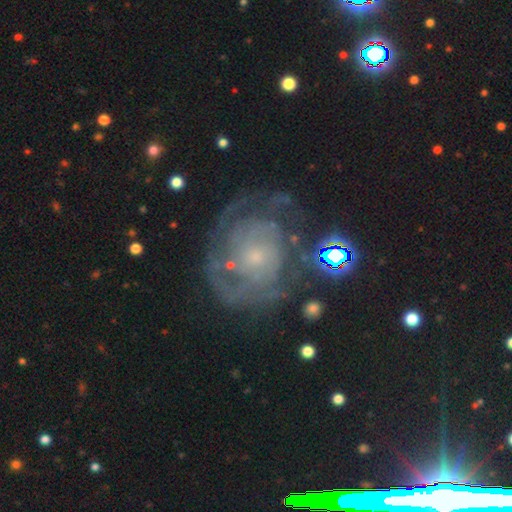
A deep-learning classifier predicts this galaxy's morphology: Q: Smooth or featured?
A: featured or disk (80%); runner-up: smooth (11%)
Q: Edge-on disk?
A: no (98%); runner-up: yes (2%)
Q: Bar?
A: no (76%); runner-up: weak (20%)
Q: Spiral arms?
A: yes (89%); runner-up: no (11%)
Q: Spiral winding?
A: tight (61%); runner-up: medium (29%)
Q: Spiral arm count?
A: can't tell (41%); runner-up: 2 (22%)
Q: Bulge size?
A: small (71%); runner-up: moderate (18%)
Q: Merging?
A: none (60%); runner-up: minor disturbance (19%)